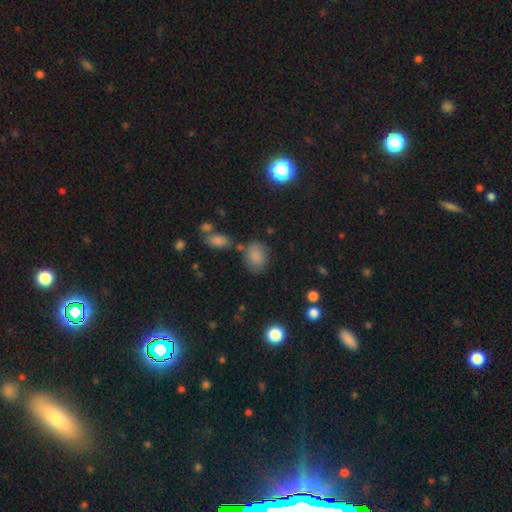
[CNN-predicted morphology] A smooth galaxy with no disk features (83%) that is in between round and cigar-shaped (61%).

Vote fractions:
- Smooth or featured? smooth: 83% / star or artifact: 10% / featured or disk: 7%
- How rounded? in between: 61% / round: 38% / cigar-shaped: 2%
- Merging? none: 65% / minor disturbance: 20% / merger: 9% / major disturbance: 6%